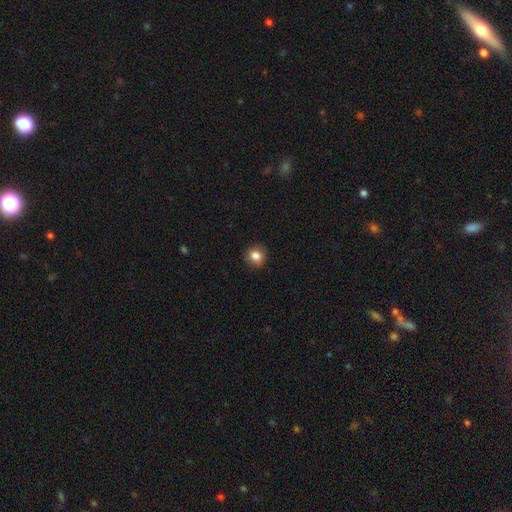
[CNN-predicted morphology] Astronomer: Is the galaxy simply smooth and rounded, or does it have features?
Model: smooth — 84%.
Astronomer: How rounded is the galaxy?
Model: round — 87%.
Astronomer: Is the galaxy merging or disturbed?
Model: none — 90%.